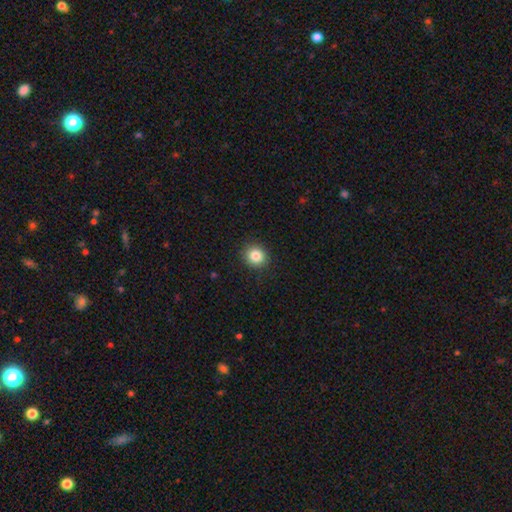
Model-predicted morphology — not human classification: This is clearly a smooth galaxy (85%). How rounded: clearly round (87%). Merging: clearly none (91%).